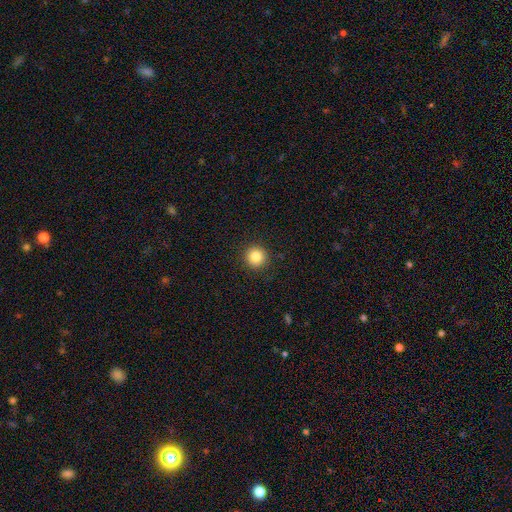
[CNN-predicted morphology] This appears to be a smooth galaxy with no disk features (85%) that is round (94%). Merging: none (91%).